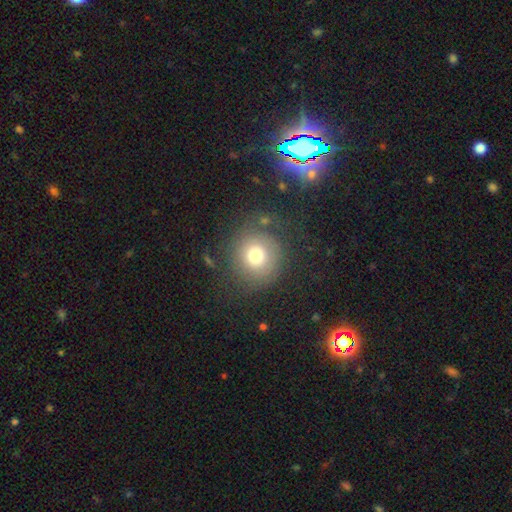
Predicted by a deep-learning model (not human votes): Smooth or featured?
  - smooth: 70% *
  - featured or disk: 16%
  - star or artifact: 14%
How rounded?
  - round: 92% *
  - in between: 7%
  - cigar-shaped: 1%
Merging?
  - none: 74% *
  - minor disturbance: 13%
  - major disturbance: 10%
  - merger: 3%